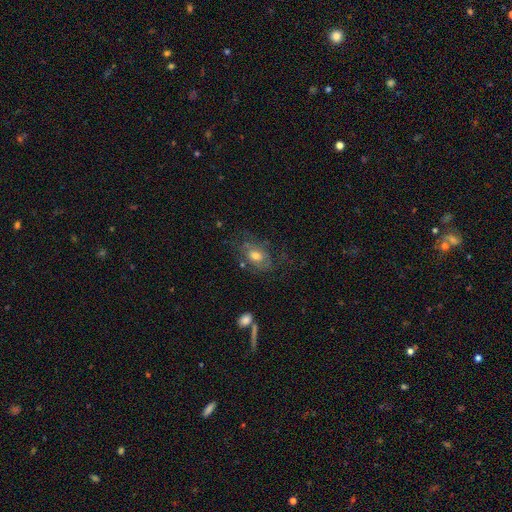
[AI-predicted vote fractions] smooth_or_featured: featured or disk (p=0.47) [alt: smooth p=0.42]
merging: none (p=0.54) [alt: minor disturbance p=0.23]